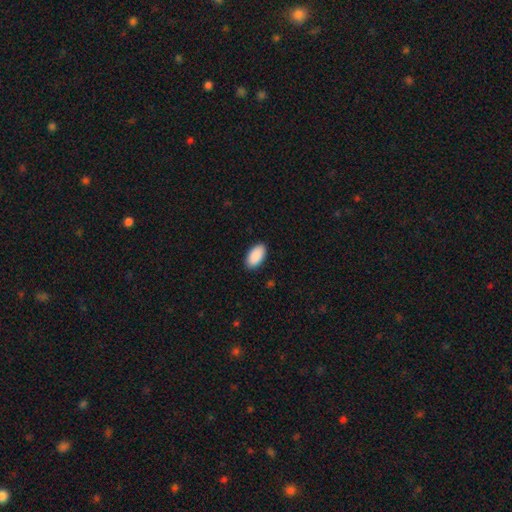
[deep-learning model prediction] A smooth galaxy with no disk features (92%) that is in between round and cigar-shaped (96%).

Vote fractions:
- Smooth or featured? smooth: 92% / star or artifact: 6% / featured or disk: 3%
- How rounded? in between: 96% / round: 2% / cigar-shaped: 2%
- Merging? none: 89% / minor disturbance: 8% / major disturbance: 2% / merger: 1%